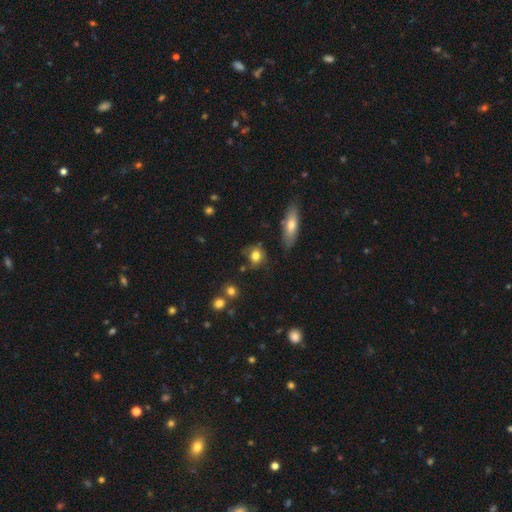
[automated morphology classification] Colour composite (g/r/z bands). It shows a smooth galaxy with no disk features (78%) that is round (61%). Merging: none (60%).